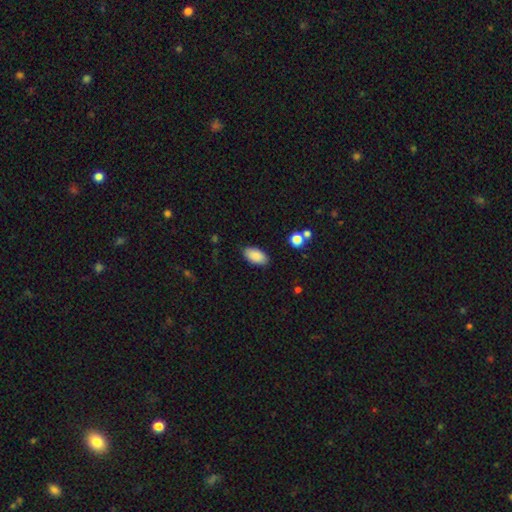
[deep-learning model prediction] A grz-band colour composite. It shows a smooth galaxy with no disk features (88%) that is in between round and cigar-shaped (94%). Merging: none (86%).